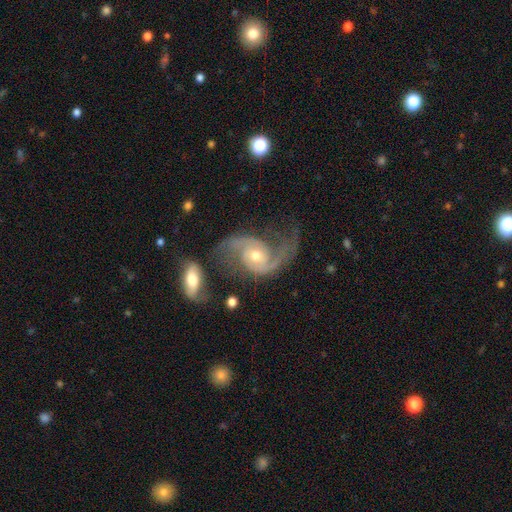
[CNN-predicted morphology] featured or disk 90%, smooth 5%, star or artifact 5%. Down the decision tree: edge-on disk — no (97%); bar — no (63%); spiral arms — yes (97%); spiral arm count — 2 (90%); spiral winding — loose (46%); bulge size — moderate (63%); merging — none (51%).